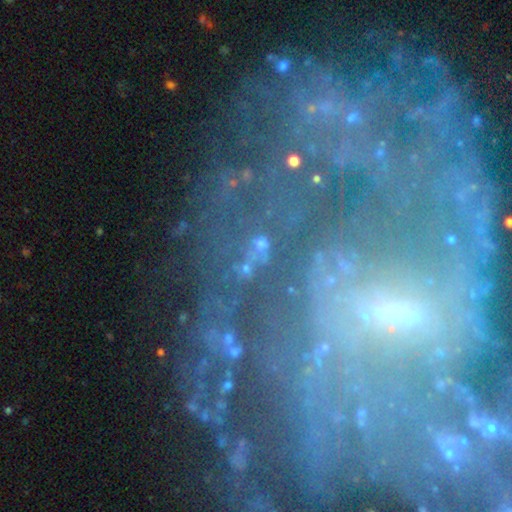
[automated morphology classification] Smooth or featured? featured or disk (46%)
Merging? none (58%)